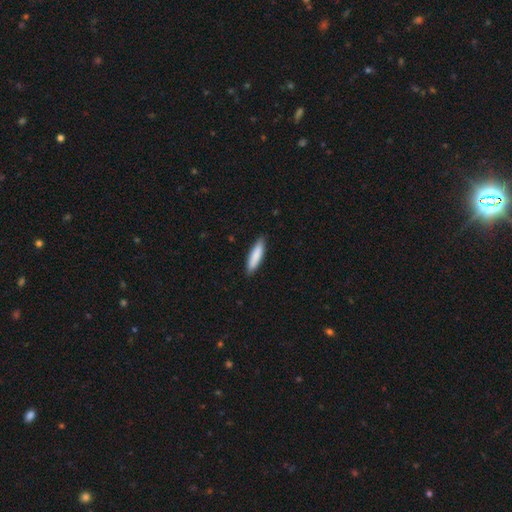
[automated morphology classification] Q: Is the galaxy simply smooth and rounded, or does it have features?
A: smooth — 85%.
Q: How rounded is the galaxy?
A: cigar-shaped — 73%.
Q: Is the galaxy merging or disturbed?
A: none — 88%.